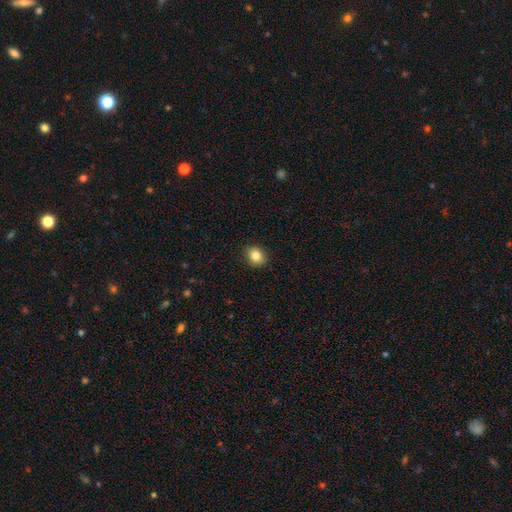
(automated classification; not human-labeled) Overall: smooth (83%). How rounded: round (65%; in between 34%). Merging: none (90%).